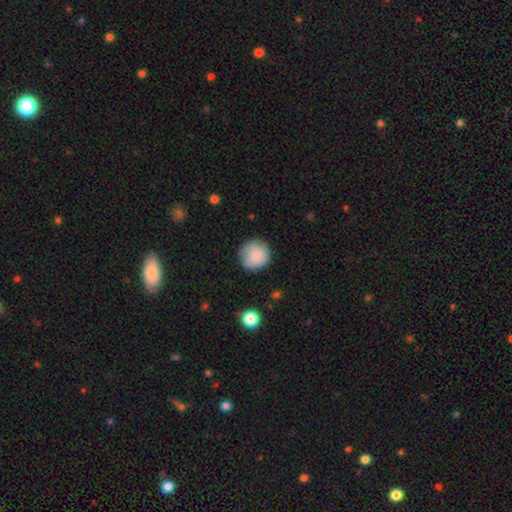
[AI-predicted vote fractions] Smooth or featured: smooth — 82% (featured or disk — 11%)
How rounded: round — 93% (in between — 6%)
Merging: none — 81% (minor disturbance — 15%)